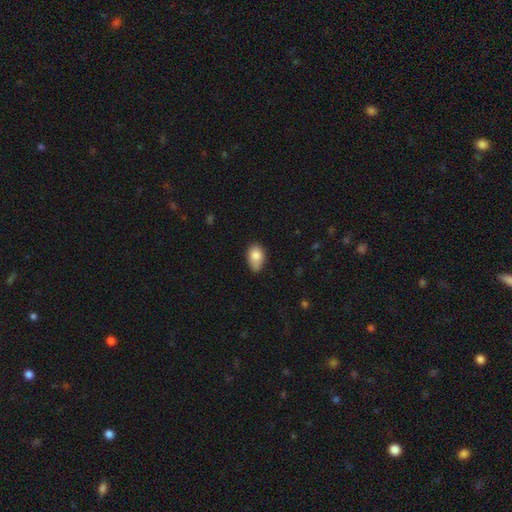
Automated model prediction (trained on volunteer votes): Overall: smooth (83%). How rounded: in between (87%). Merging: none (59%; minor disturbance 33%).